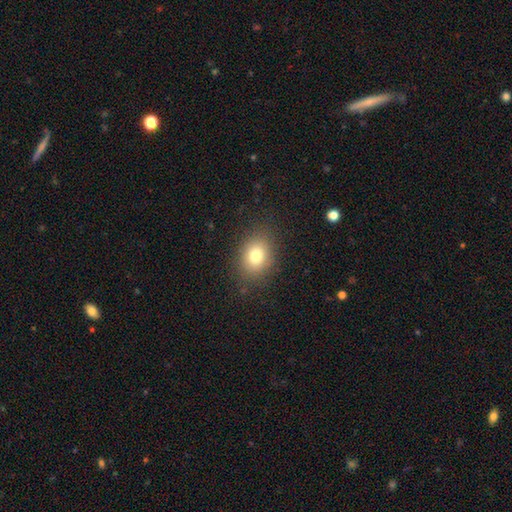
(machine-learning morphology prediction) The model was most divided on "how rounded": in between: 55%, round: 44%, cigar-shaped: 1%. More confident: merging — none (85%); smooth or featured — smooth (78%).